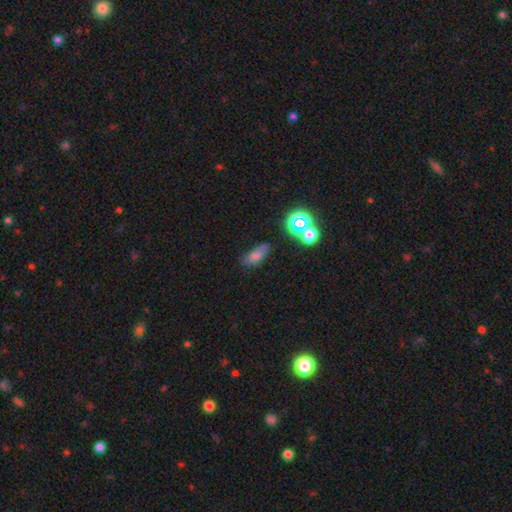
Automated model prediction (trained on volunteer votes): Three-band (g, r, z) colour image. It shows a smooth galaxy with no disk features (59%) that is in between round and cigar-shaped (69%). Merging: none (68%).